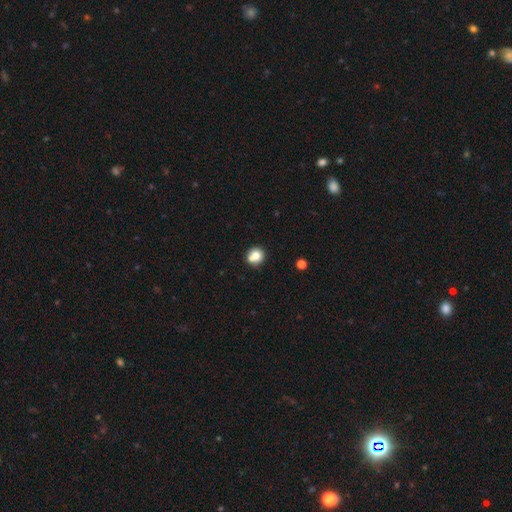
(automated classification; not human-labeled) Smooth or featured? Predicted: smooth (p=0.77). How rounded? Predicted: round (p=0.88). Merging? Predicted: none (p=0.63).